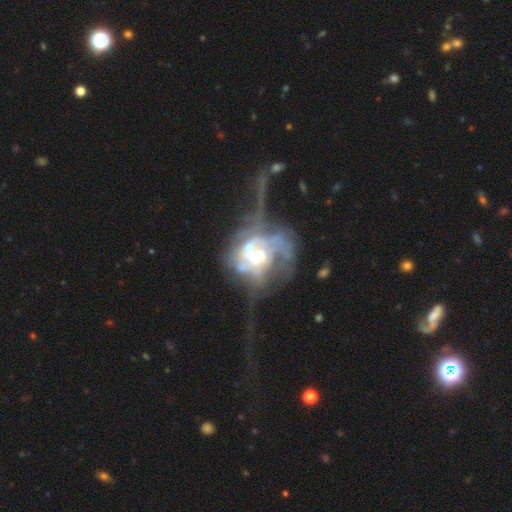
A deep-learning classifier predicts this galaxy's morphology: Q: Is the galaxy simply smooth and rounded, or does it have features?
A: featured or disk — 75%.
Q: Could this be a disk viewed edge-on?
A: no — 96%.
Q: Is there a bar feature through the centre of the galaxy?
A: no — 66%.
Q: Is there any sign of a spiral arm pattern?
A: yes — 53%.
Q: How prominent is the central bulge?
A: moderate — 53%.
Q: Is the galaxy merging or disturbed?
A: major disturbance — 47%.